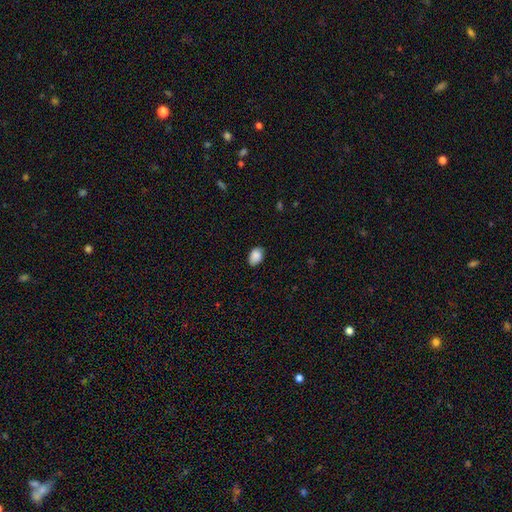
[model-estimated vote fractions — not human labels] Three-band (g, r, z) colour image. It shows a smooth galaxy with no disk features (88%) that is in between round and cigar-shaped (83%). Merging: none (82%).